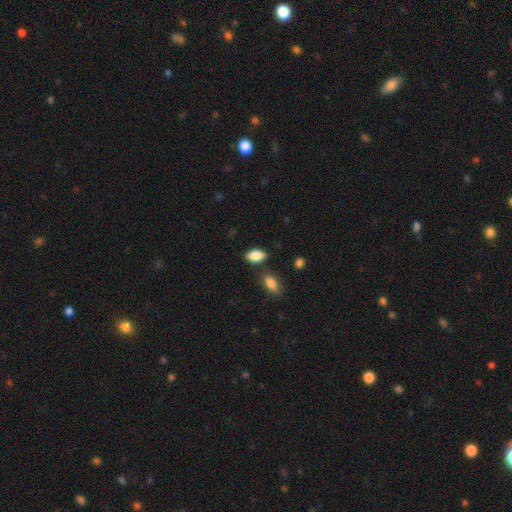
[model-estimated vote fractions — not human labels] Smooth or featured? smooth (85%)
How rounded? in between (91%)
Merging? none (74%)